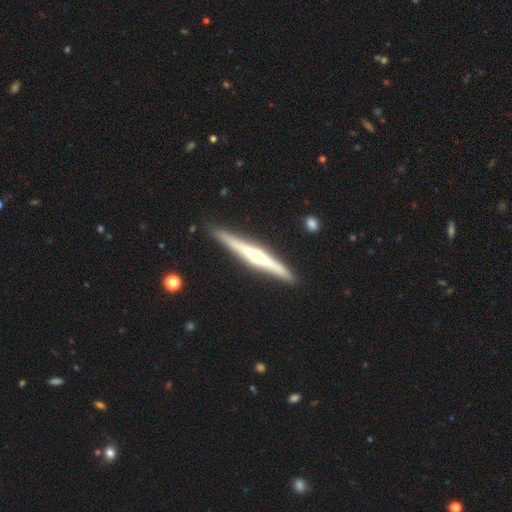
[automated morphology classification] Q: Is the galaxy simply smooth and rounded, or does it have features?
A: featured or disk — 72%.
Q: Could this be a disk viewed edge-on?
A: yes — 98%.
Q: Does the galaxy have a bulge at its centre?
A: rounded — 69%.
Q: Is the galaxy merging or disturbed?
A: none — 89%.